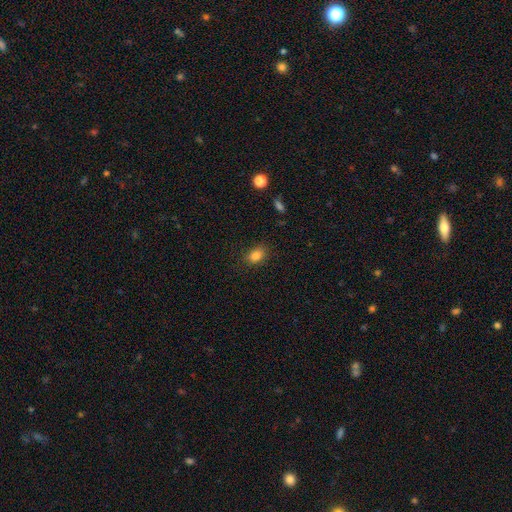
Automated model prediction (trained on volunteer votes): Smooth or featured?
  - smooth: 84% *
  - star or artifact: 10%
  - featured or disk: 5%
How rounded?
  - in between: 75% *
  - round: 23%
  - cigar-shaped: 1%
Merging?
  - none: 83% *
  - minor disturbance: 13%
  - major disturbance: 3%
  - merger: 1%